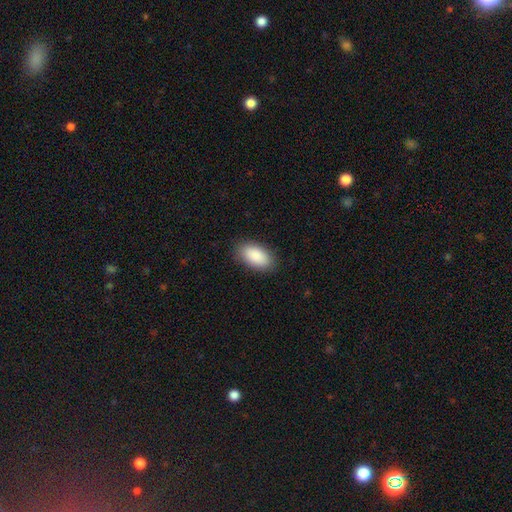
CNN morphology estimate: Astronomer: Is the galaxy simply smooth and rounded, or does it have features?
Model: smooth — 90%.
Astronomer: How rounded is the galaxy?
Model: in between — 95%.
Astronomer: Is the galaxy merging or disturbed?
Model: none — 87%.